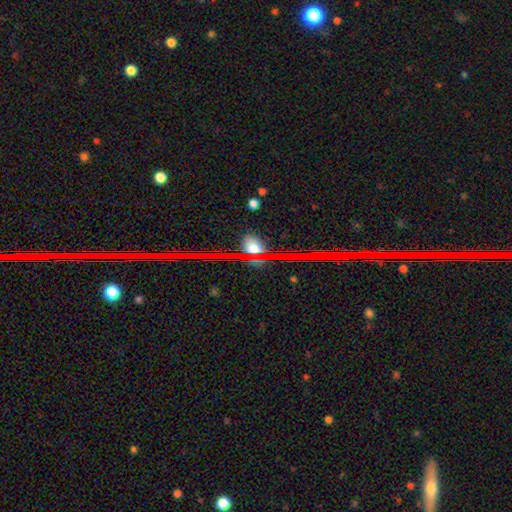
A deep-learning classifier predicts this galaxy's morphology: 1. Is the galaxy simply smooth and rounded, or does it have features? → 78% star or artifact, 14% featured or disk, 8% smooth.